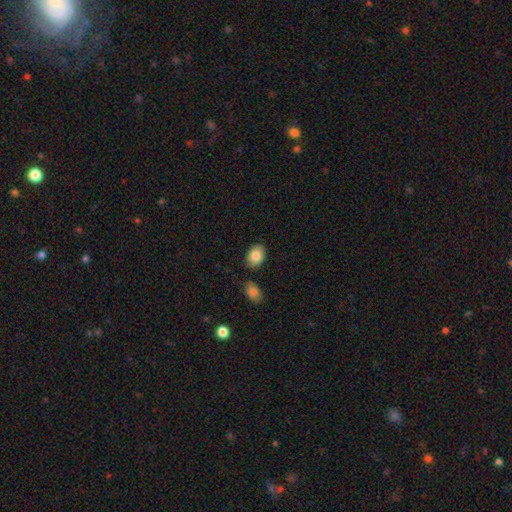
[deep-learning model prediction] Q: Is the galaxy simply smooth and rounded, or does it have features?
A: smooth — 84%.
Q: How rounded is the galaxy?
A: in between — 74%.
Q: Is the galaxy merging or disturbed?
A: none — 84%.